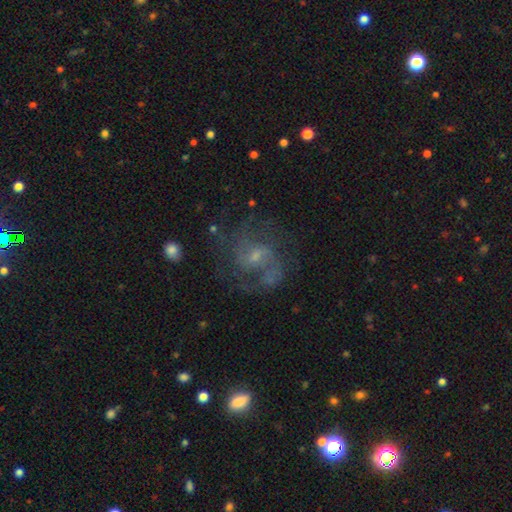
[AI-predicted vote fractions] Overall: featured or disk (66%). Edge-on disk: no (97%). Bar: no (53%; weak 39%). Spiral arms: yes (88%). Spiral arm count: 2 (54%; can't tell 24%). Spiral winding: medium (48%; tight 28%). Bulge size: small (58%; moderate 30%). Merging: none (70%).